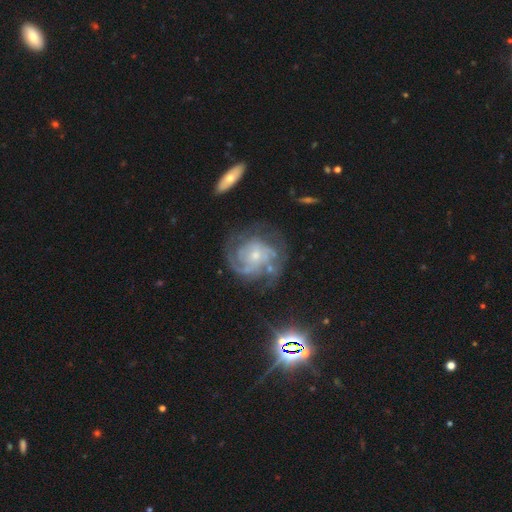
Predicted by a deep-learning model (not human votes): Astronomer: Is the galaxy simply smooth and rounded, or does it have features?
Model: featured or disk — 83%.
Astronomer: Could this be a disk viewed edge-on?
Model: no — 97%.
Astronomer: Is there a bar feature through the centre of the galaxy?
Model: no — 69%.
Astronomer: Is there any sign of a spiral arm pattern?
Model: yes — 93%.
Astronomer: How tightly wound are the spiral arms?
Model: tight — 58%.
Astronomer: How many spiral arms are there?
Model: can't tell — 33% (runner-up: 3, 23%).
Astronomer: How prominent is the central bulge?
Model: small — 63%.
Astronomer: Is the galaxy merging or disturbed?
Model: none — 60%.